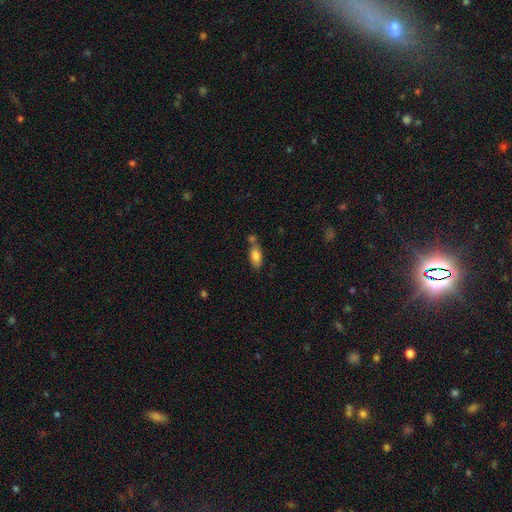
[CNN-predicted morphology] smooth_or_featured: smooth (p=0.79) [alt: featured or disk p=0.13]
how_rounded: in between (p=0.81) [alt: cigar-shaped p=0.16]
merging: none (p=0.50) [alt: merger p=0.27]